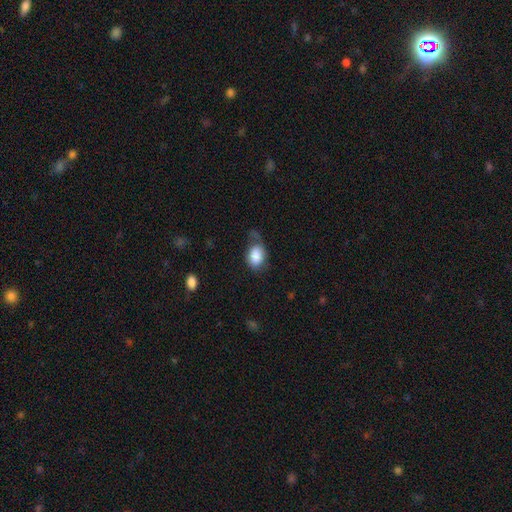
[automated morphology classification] A smooth galaxy with no disk features (85%) that is in between round and cigar-shaped (76%).

Vote fractions:
- Smooth or featured? smooth: 85% / featured or disk: 8% / star or artifact: 7%
- How rounded? in between: 76% / round: 22% / cigar-shaped: 1%
- Merging? none: 46% / minor disturbance: 31% / major disturbance: 18% / merger: 5%